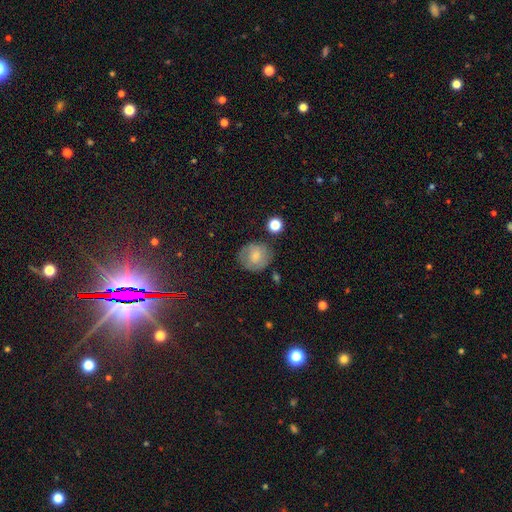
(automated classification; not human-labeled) Smooth or featured: smooth — 69% (featured or disk — 22%)
How rounded: round — 84% (in between — 15%)
Merging: none — 73% (minor disturbance — 18%)